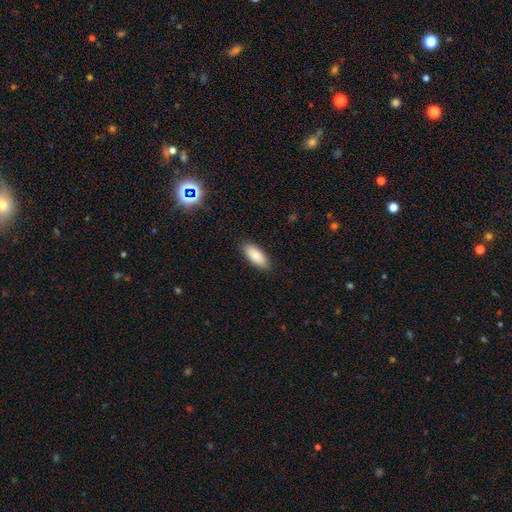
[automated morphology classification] smooth-or-featured: smooth: 85% | featured or disk: 9% | star or artifact: 6%
  how-rounded: in between: 83% | cigar-shaped: 16% | round: 2%
  merging: none: 88% | minor disturbance: 9% | major disturbance: 2% | merger: 1%